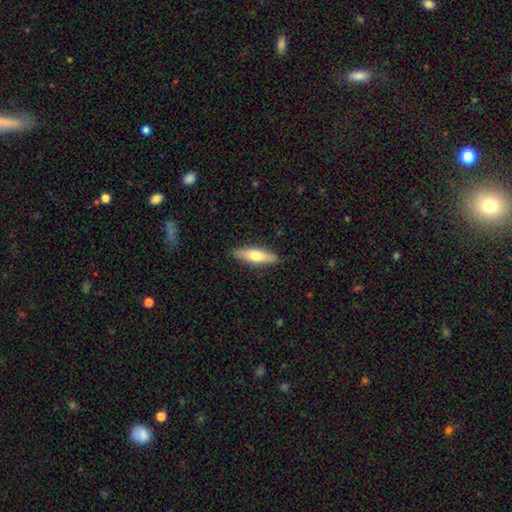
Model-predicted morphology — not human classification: This appears to be a smooth galaxy with no disk features (67%) that is cigar-shaped (60%). Merging: none (87%).